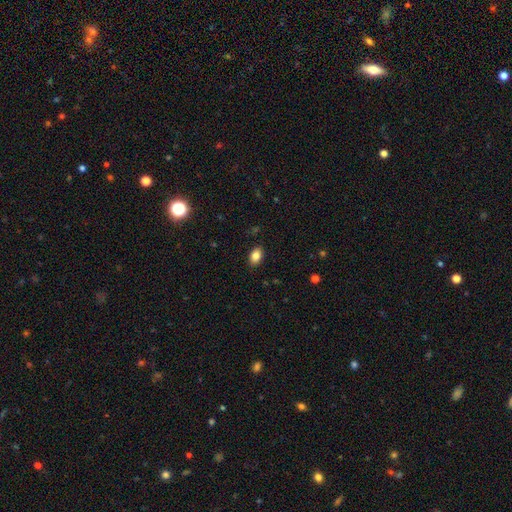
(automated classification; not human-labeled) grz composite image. It shows a smooth galaxy with no disk features (84%) that is in between round and cigar-shaped (84%). Merging: none (88%).